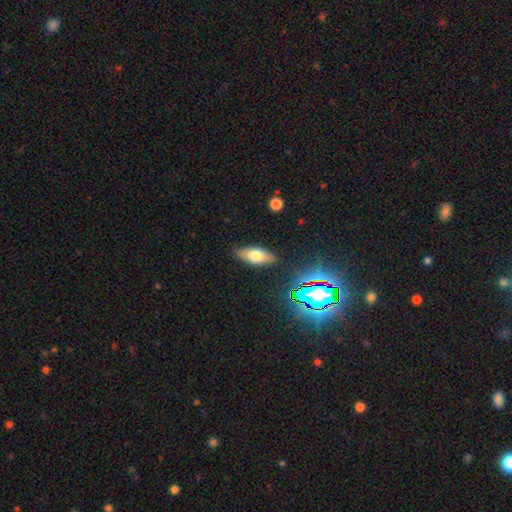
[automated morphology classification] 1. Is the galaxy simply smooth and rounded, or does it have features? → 65% smooth, 25% featured or disk, 10% star or artifact.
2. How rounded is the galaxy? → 77% in between, 20% cigar-shaped, 3% round.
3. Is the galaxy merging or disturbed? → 85% none, 11% minor disturbance, 3% major disturbance, 2% merger.